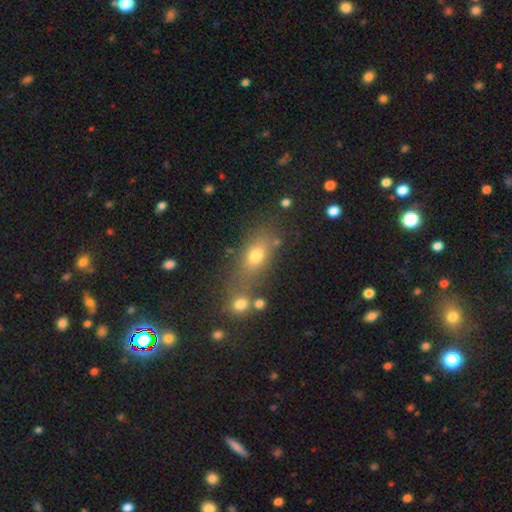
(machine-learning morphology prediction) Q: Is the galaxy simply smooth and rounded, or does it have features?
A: smooth — 71%.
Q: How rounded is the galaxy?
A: in between — 68%.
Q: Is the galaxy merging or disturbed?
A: none — 55%.